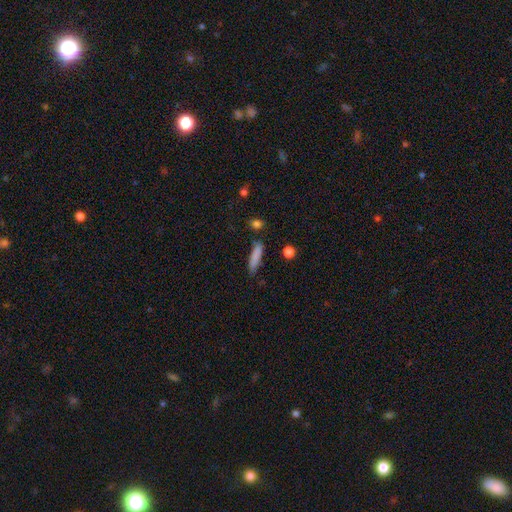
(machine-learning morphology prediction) A smooth galaxy with no disk features (83%) that is cigar-shaped (80%).

Vote fractions:
- Smooth or featured? smooth: 83% / featured or disk: 9% / star or artifact: 7%
- How rounded? cigar-shaped: 80% / in between: 18% / round: 2%
- Merging? none: 75% / minor disturbance: 17% / major disturbance: 4% / merger: 4%